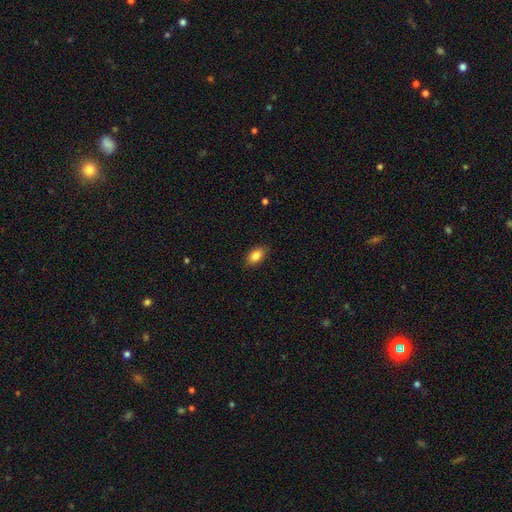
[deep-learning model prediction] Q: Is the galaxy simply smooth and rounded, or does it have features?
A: smooth — 86%.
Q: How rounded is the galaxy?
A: in between — 90%.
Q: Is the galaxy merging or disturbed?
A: none — 86%.